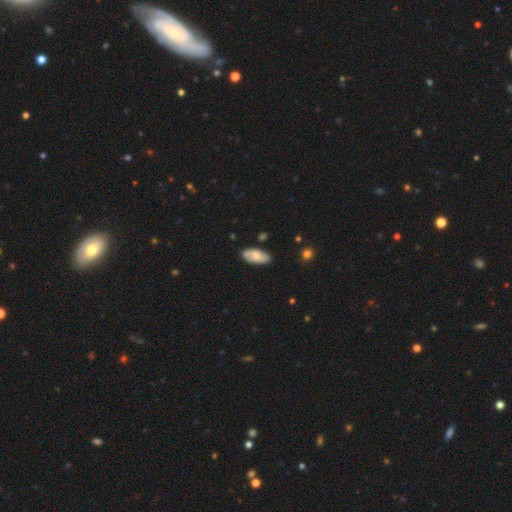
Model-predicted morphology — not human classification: Overall: smooth (61%; featured or disk 33%). How rounded: in between (90%). Merging: none (80%).